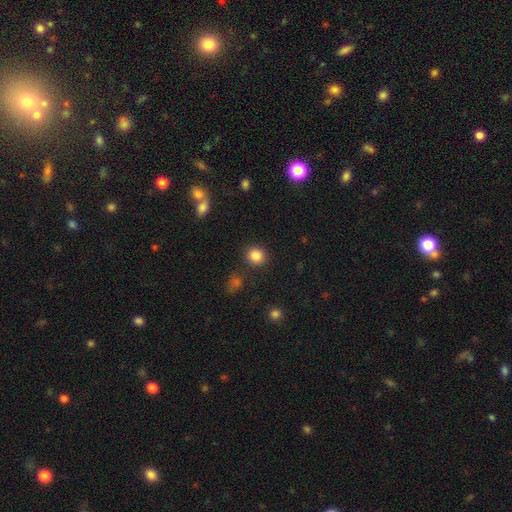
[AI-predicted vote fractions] Smooth or featured?
  - smooth: 85% *
  - star or artifact: 10%
  - featured or disk: 5%
How rounded?
  - round: 81% *
  - in between: 18%
  - cigar-shaped: 1%
Merging?
  - none: 87% *
  - minor disturbance: 7%
  - merger: 3%
  - major disturbance: 3%